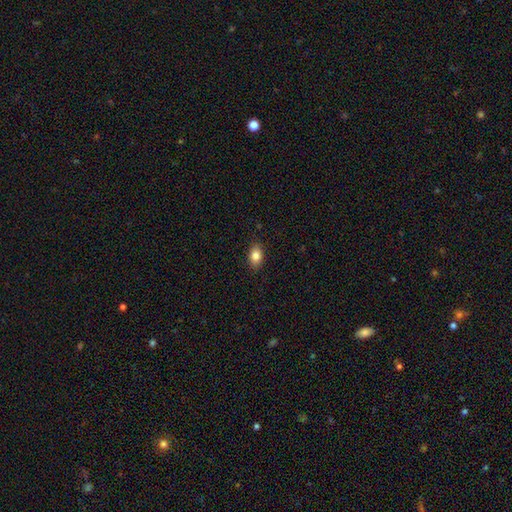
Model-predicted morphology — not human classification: type=smooth (84%); roundness=in between (84%); merging=none (88%).